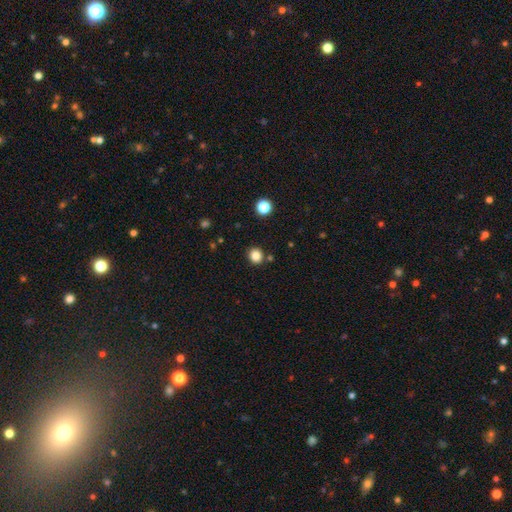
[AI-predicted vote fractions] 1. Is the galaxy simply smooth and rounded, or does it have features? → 84% smooth, 12% star or artifact, 4% featured or disk.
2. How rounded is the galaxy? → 86% round, 13% in between, 1% cigar-shaped.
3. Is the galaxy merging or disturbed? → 87% none, 7% minor disturbance, 4% merger, 2% major disturbance.